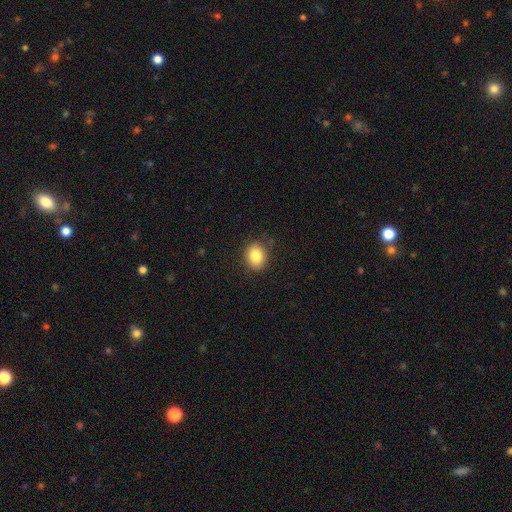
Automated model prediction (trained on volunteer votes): Overall: smooth (85%). How rounded: in between (58%; round 41%). Merging: none (83%).